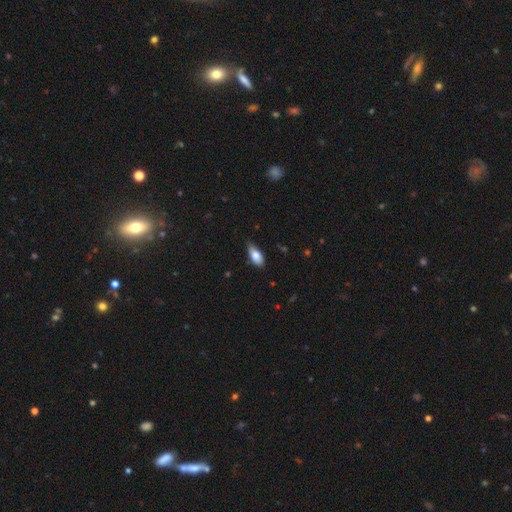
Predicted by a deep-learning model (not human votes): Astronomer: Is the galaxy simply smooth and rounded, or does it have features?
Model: smooth — 78%.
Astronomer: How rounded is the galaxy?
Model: in between — 86%.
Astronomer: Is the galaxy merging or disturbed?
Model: none — 64%.